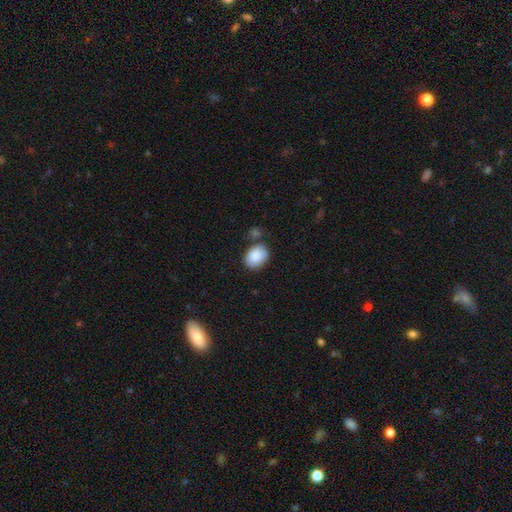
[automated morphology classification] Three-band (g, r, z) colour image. It shows a smooth galaxy with no disk features (87%) that is in between round and cigar-shaped (69%). Merging: none (63%).